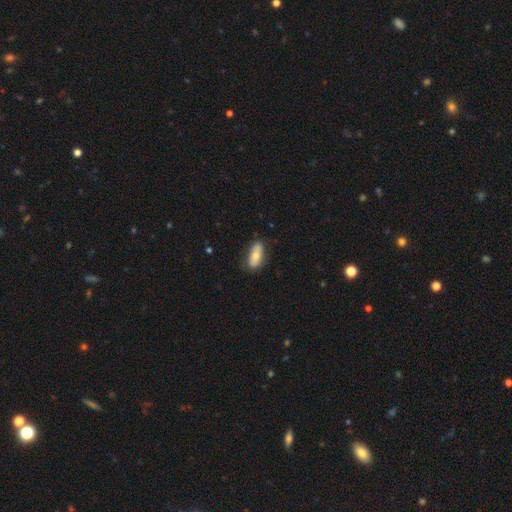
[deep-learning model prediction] smooth_or_featured: smooth (p=0.67) [alt: featured or disk p=0.26]
how_rounded: in between (p=0.81) [alt: cigar-shaped p=0.16]
merging: none (p=0.76) [alt: minor disturbance p=0.18]